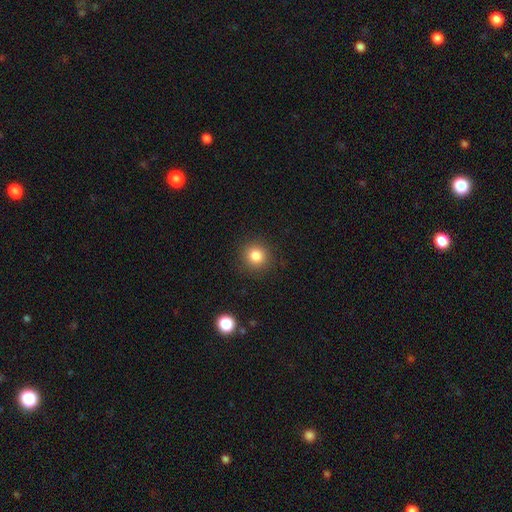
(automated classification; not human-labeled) Overall: smooth (83%). How rounded: round (92%). Merging: none (90%).